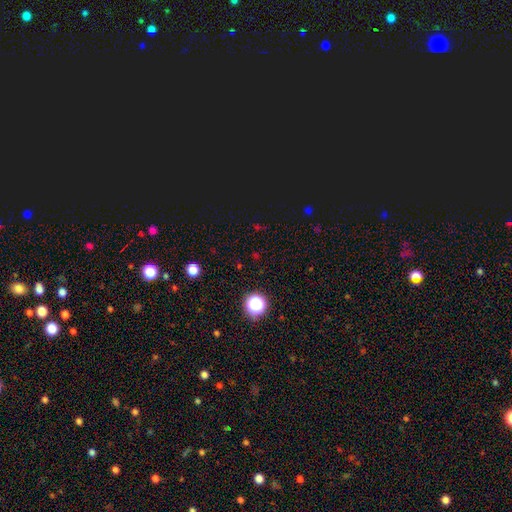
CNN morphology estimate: Q: Smooth or featured?
A: star or artifact (56%); runner-up: smooth (37%)